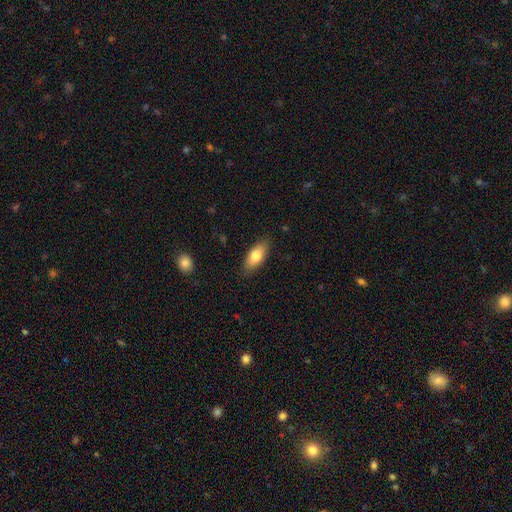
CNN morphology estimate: This appears to be a smooth galaxy with no disk features (77%) that is in between round and cigar-shaped (82%). Merging: none (86%).